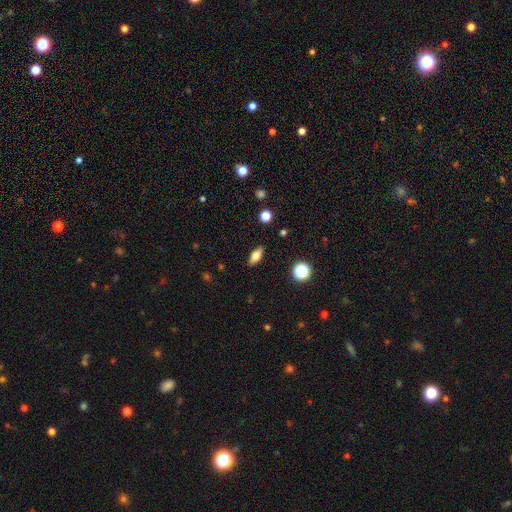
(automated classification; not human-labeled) A smooth galaxy with no disk features (65%) that is in between round and cigar-shaped (71%). Merging: none (89%).